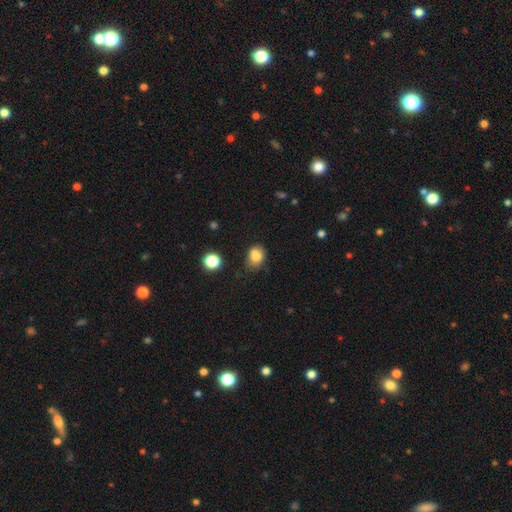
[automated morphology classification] This is likely a smooth galaxy (78%). How rounded: possibly in between (54%). Merging: possibly none (52%).